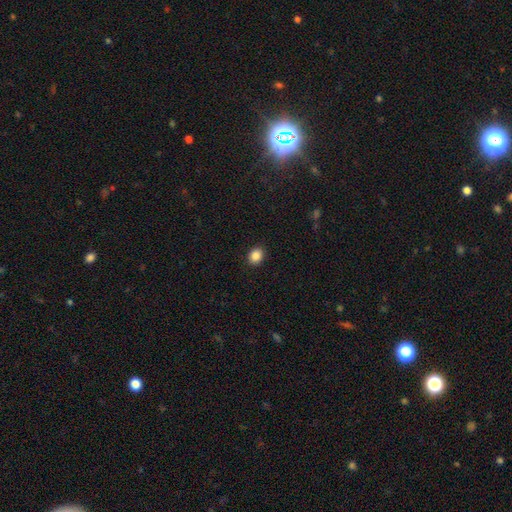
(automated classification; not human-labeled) Smooth or featured? Predicted: smooth (p=0.87). How rounded? Predicted: round (p=0.55). Merging? Predicted: none (p=0.91).